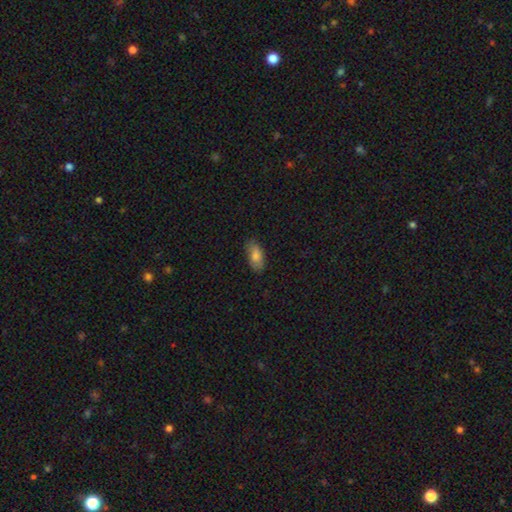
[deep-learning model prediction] Smooth or featured: smooth — 81% (featured or disk — 12%)
How rounded: in between — 89% (cigar-shaped — 8%)
Merging: none — 81% (minor disturbance — 15%)